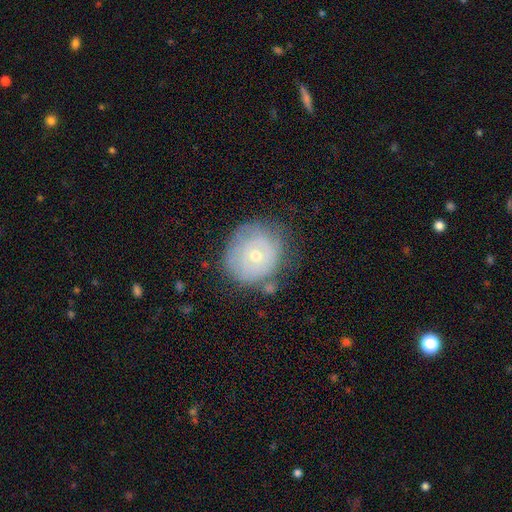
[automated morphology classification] This appears to be a featured or disk galaxy (49%). Merging: none (66%).